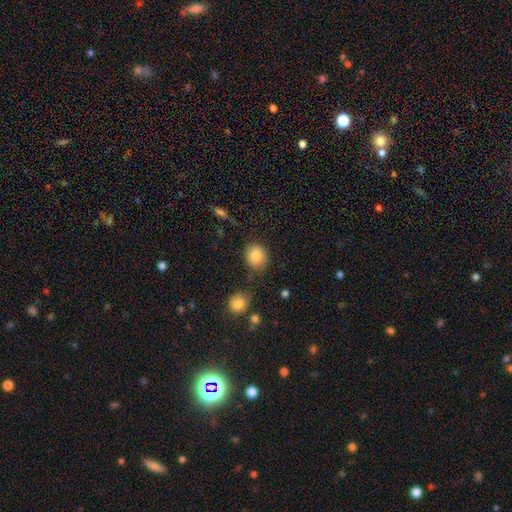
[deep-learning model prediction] This appears to be a smooth galaxy with no disk features (82%) that is round (67%). Merging: none (71%).